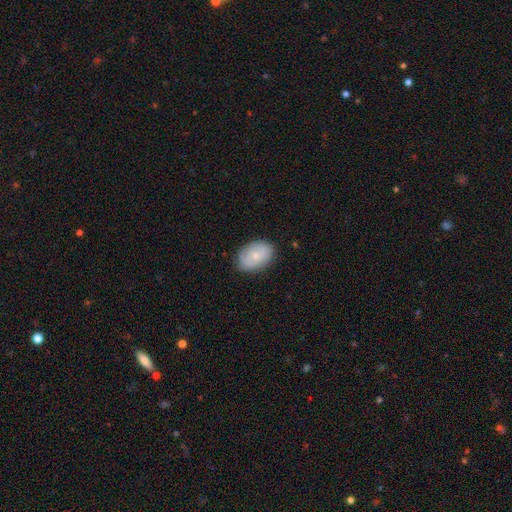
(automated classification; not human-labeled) Smooth or featured? smooth (62%)
How rounded? in between (83%)
Merging? none (81%)